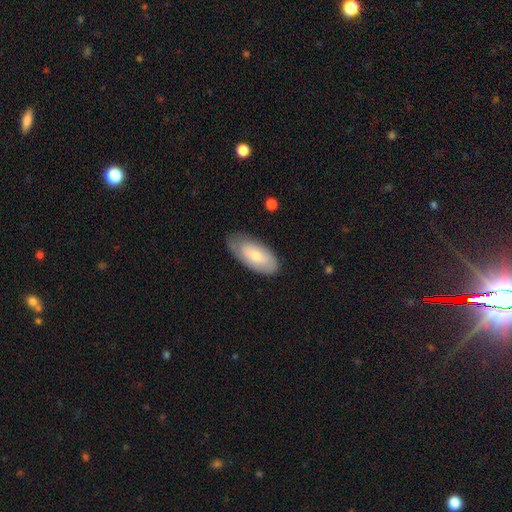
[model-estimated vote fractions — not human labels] Smooth or featured? Predicted: smooth (p=0.69). How rounded? Predicted: in between (p=0.92). Merging? Predicted: none (p=0.70).